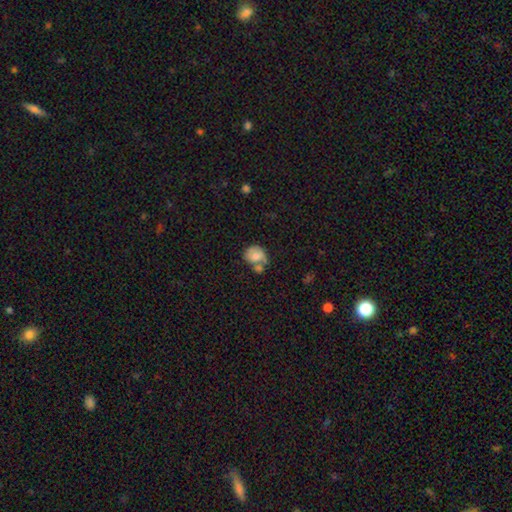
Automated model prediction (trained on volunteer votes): Smooth or featured? Predicted: smooth (p=0.74). How rounded? Predicted: round (p=0.60). Merging? Predicted: merger (p=0.38).